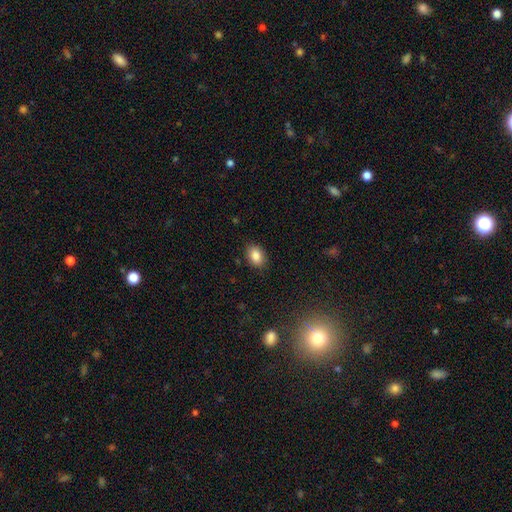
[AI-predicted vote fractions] Smooth or featured? smooth (85%)
How rounded? in between (75%)
Merging? none (86%)